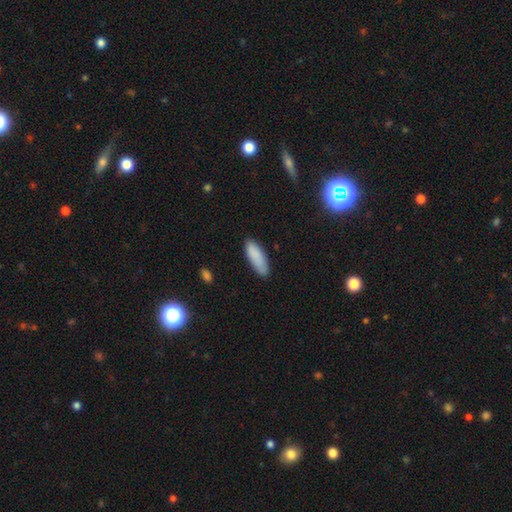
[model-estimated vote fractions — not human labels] Morphology: type=smooth (88%); roundness=in between (63%); merging=none (82%).